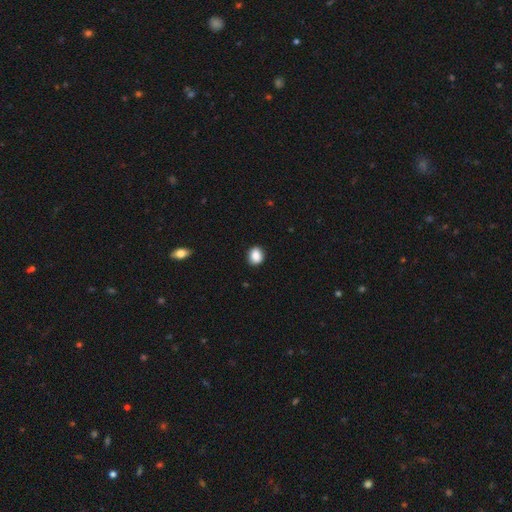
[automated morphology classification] This appears to be a smooth galaxy with no disk features (87%) that is round (64%). Merging: none (90%).